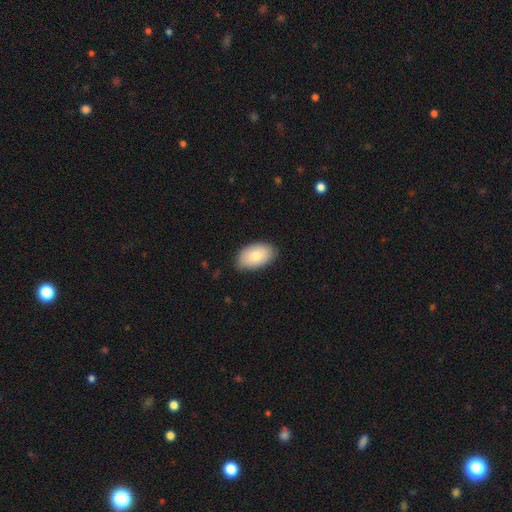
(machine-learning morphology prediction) Overall: smooth (82%). How rounded: in between (94%). Merging: none (84%).